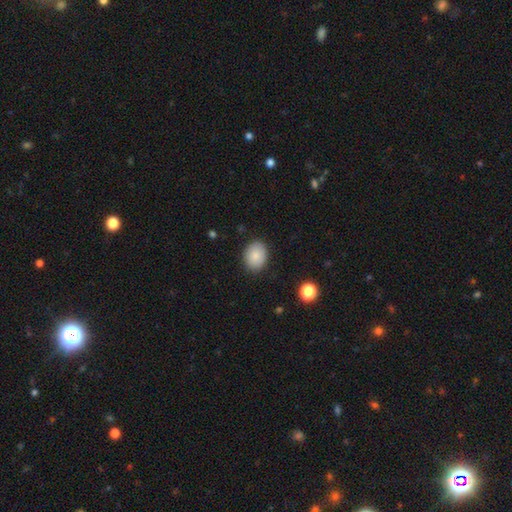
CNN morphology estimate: Q: Smooth or featured?
A: smooth (85%); runner-up: star or artifact (8%)
Q: How rounded?
A: in between (60%); runner-up: round (39%)
Q: Merging?
A: none (87%); runner-up: minor disturbance (10%)